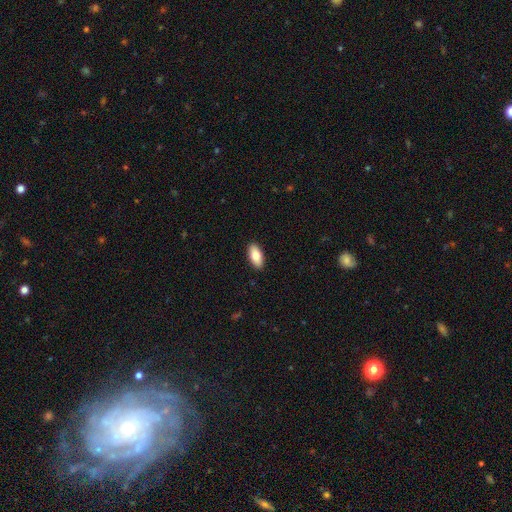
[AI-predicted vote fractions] A smooth galaxy with no disk features (81%) that is in between round and cigar-shaped (91%).

Vote fractions:
- Smooth or featured? smooth: 81% / featured or disk: 13% / star or artifact: 6%
- How rounded? in between: 91% / cigar-shaped: 7% / round: 2%
- Merging? none: 91% / minor disturbance: 7% / major disturbance: 2% / merger: 1%